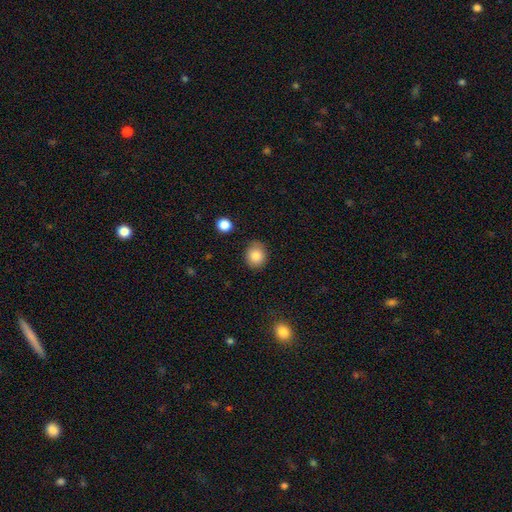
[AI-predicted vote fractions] Smooth or featured? Predicted: smooth (p=0.85). How rounded? Predicted: round (p=0.70). Merging? Predicted: none (p=0.81).